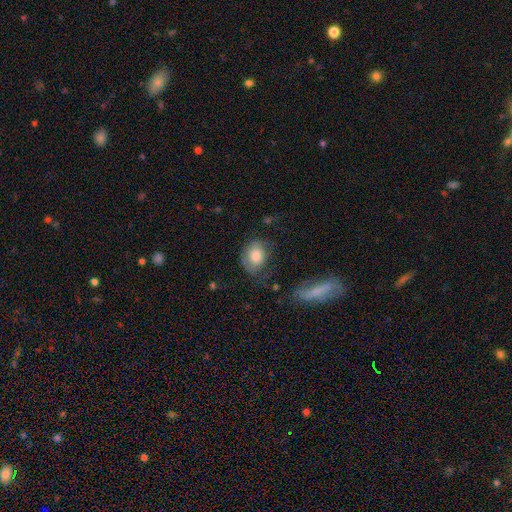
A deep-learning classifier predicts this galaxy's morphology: smooth-or-featured: smooth: 72% | featured or disk: 21% | star or artifact: 8%
  how-rounded: in between: 61% | round: 38% | cigar-shaped: 1%
  merging: none: 55% | minor disturbance: 27% | major disturbance: 15% | merger: 4%